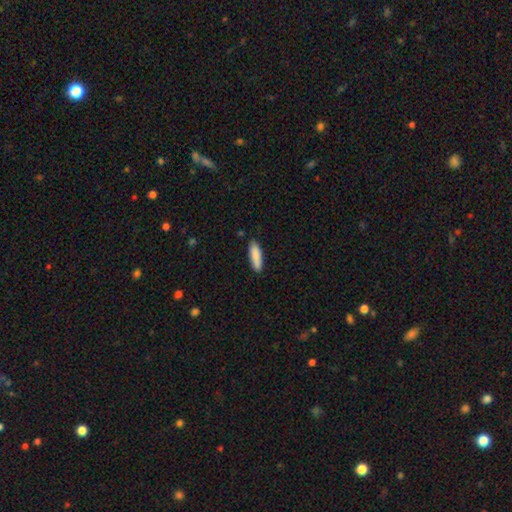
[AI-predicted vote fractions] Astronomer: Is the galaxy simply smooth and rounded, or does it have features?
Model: smooth — 88%.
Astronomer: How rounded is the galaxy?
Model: cigar-shaped — 60% (runner-up: in between, 38%).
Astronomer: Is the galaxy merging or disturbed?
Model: none — 86%.